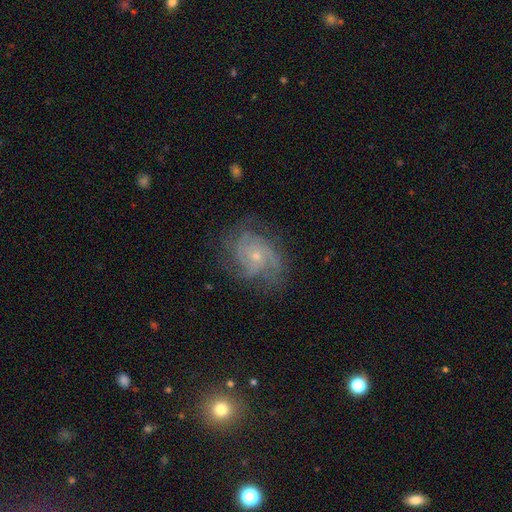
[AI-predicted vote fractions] Morphology: type=featured or disk (82%); edge-on=no (98%); bar=no (76%); spiral arms=yes (95%); winding=tight (45%); arm count=3 (29%); bulge=small (71%); merging=none (69%).